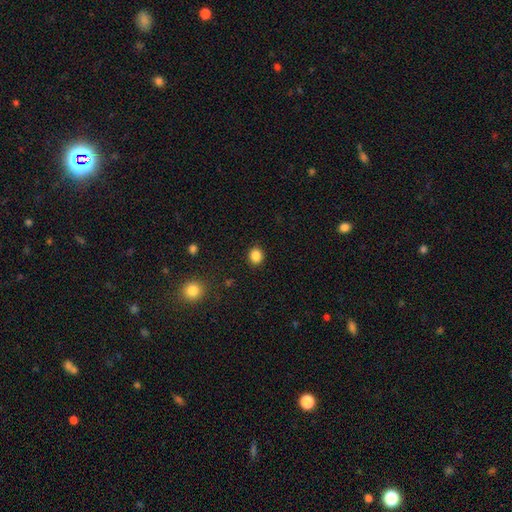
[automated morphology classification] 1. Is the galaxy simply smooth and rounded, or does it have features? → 86% smooth, 11% star or artifact, 3% featured or disk.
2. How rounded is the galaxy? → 73% round, 26% in between, 1% cigar-shaped.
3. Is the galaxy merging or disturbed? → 90% none, 6% minor disturbance, 2% major disturbance, 1% merger.